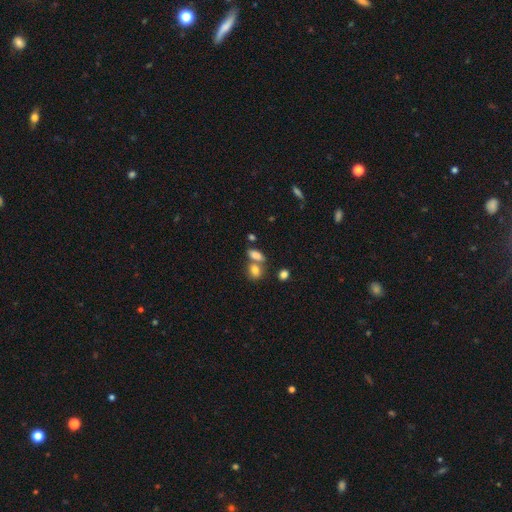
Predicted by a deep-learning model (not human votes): Smooth or featured? smooth (80%)
How rounded? in between (81%)
Merging? none (46%)